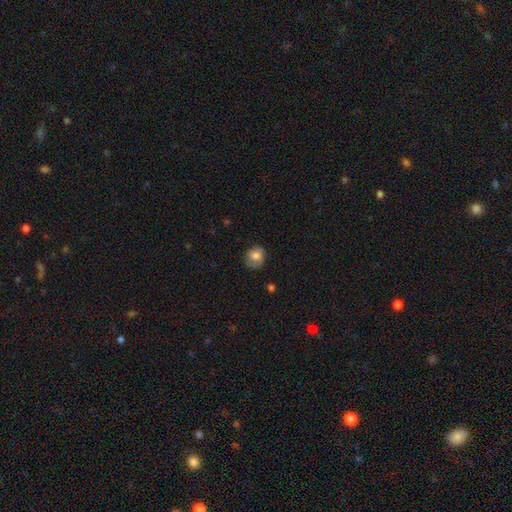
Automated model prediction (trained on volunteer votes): Smooth or featured?
  - smooth: 77% *
  - featured or disk: 15%
  - star or artifact: 9%
How rounded?
  - round: 73% *
  - in between: 26%
  - cigar-shaped: 1%
Merging?
  - none: 68% *
  - minor disturbance: 23%
  - major disturbance: 7%
  - merger: 1%